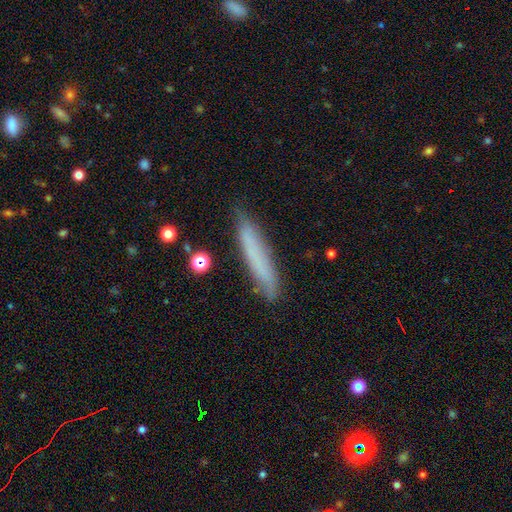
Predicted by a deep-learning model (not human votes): Overall: smooth (65%; featured or disk 27%). How rounded: cigar-shaped (91%). Merging: none (78%).